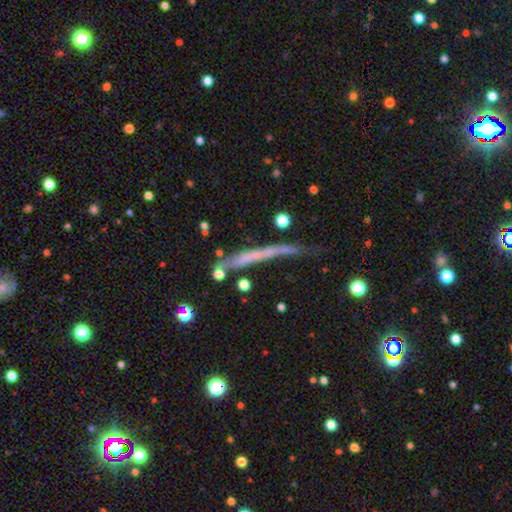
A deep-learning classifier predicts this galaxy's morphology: Smooth or featured? Predicted: featured or disk (p=0.48). Merging? Predicted: none (p=0.58).